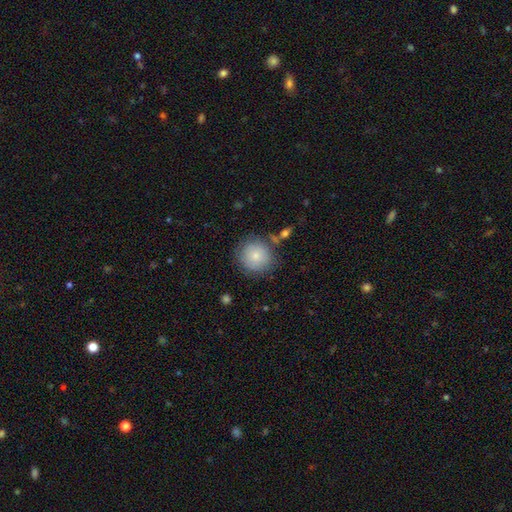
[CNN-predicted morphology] Q: Smooth or featured?
A: smooth (81%); runner-up: featured or disk (11%)
Q: How rounded?
A: round (92%); runner-up: in between (7%)
Q: Merging?
A: none (79%); runner-up: minor disturbance (13%)